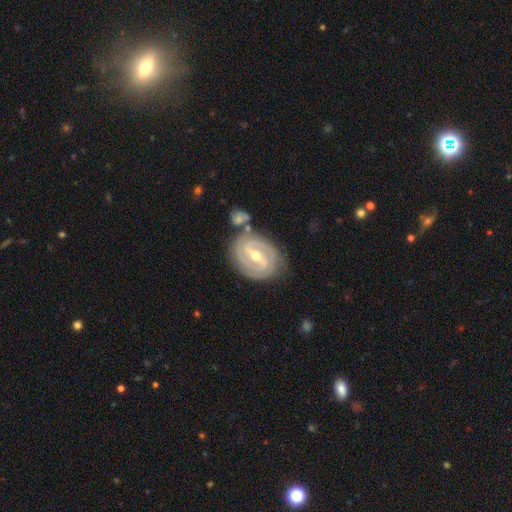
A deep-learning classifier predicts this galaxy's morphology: This is clearly a featured or disk galaxy (90%). It is clearly not viewed edge-on (97%). Bar: marginally weak (44%). Spiral arm pattern: clearly yes (97%). Spiral arm count: likely 2 (72%). Spiral winding: likely tight (70%). Central bulge: possibly moderate (56%). Merging: likely none (75%).